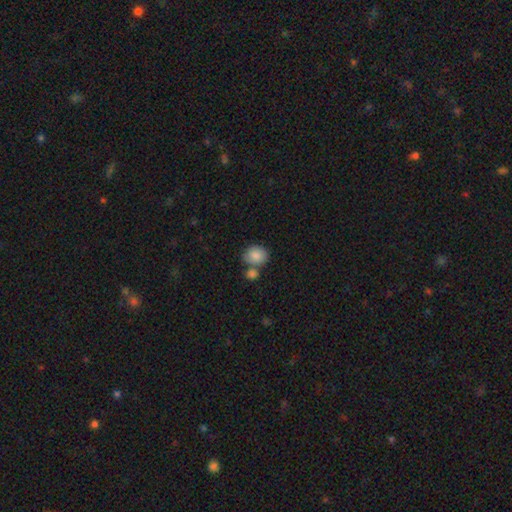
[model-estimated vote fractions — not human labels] smooth-or-featured: smooth: 86% | star or artifact: 7% | featured or disk: 7%
  how-rounded: round: 53% | in between: 46% | cigar-shaped: 1%
  merging: none: 52% | merger: 30% | minor disturbance: 13% | major disturbance: 4%